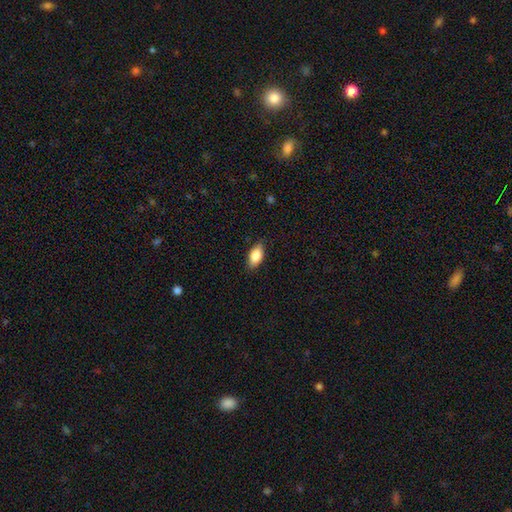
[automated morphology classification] This is clearly a smooth galaxy (85%). How rounded: clearly in between (91%). Merging: clearly none (85%).